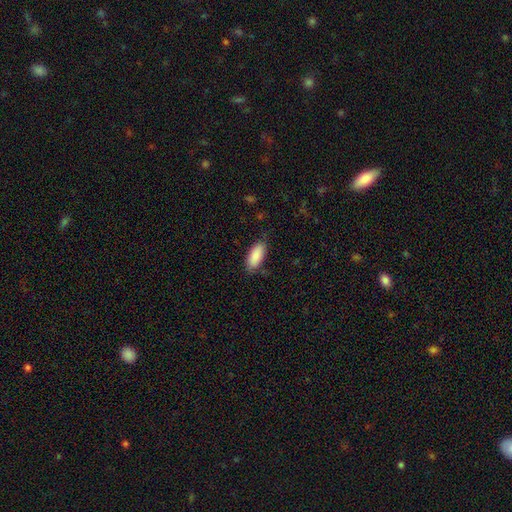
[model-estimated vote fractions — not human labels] This appears to be a smooth galaxy with no disk features (89%) that is in between round and cigar-shaped (88%). Merging: none (81%).